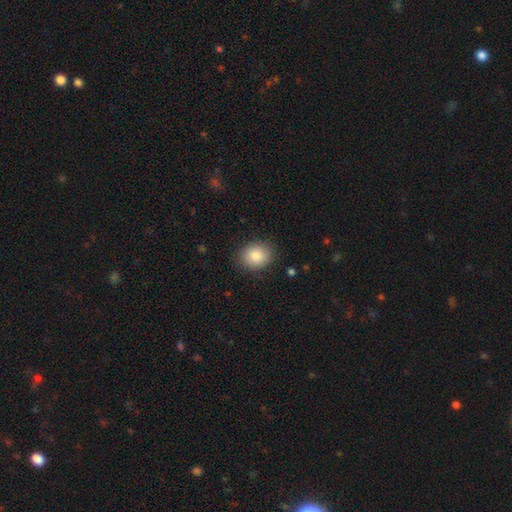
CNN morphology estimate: A smooth galaxy with no disk features (85%) that is round (57%).

Vote fractions:
- Smooth or featured? smooth: 85% / star or artifact: 8% / featured or disk: 7%
- How rounded? round: 57% / in between: 42% / cigar-shaped: 1%
- Merging? none: 87% / minor disturbance: 10% / major disturbance: 3% / merger: 1%